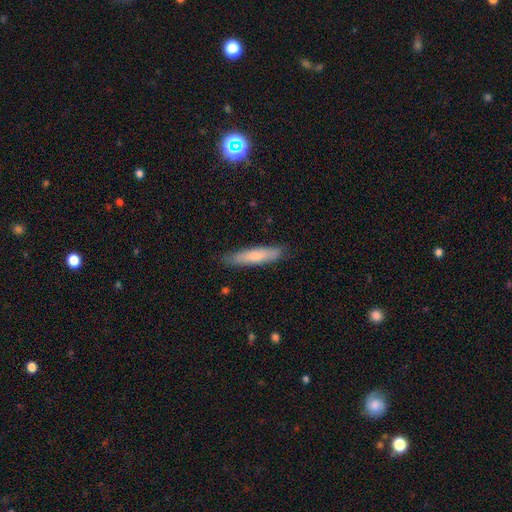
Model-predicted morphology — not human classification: smooth-or-featured: smooth: 71% | featured or disk: 24% | star or artifact: 6%
  how-rounded: cigar-shaped: 78% | in between: 21% | round: 1%
  merging: none: 84% | minor disturbance: 13% | major disturbance: 2% | merger: 1%